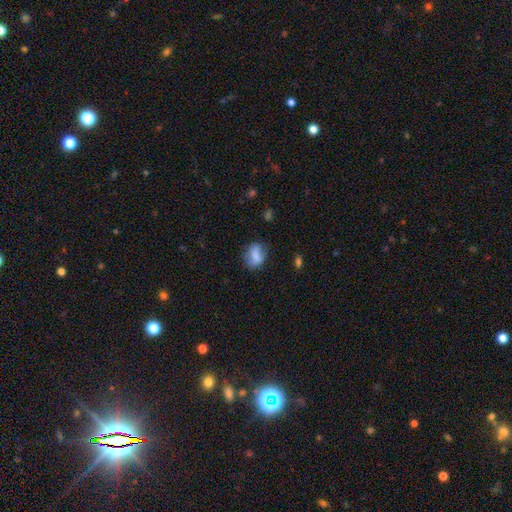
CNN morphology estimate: type=smooth (75%); roundness=in between (67%); merging=none (64%).